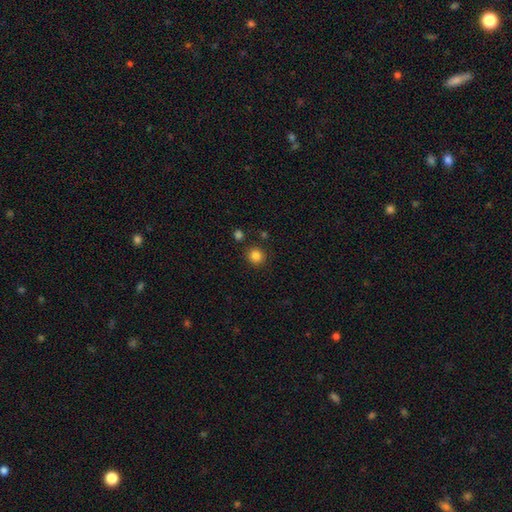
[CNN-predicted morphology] Q: Smooth or featured?
A: smooth (84%); runner-up: star or artifact (12%)
Q: How rounded?
A: round (91%); runner-up: in between (8%)
Q: Merging?
A: none (87%); runner-up: minor disturbance (7%)